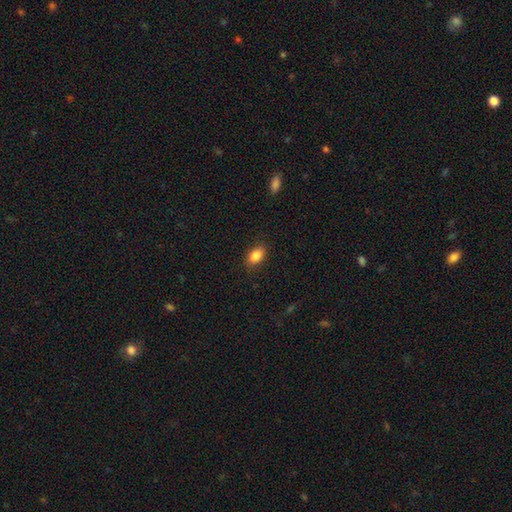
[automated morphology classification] type=smooth (87%); roundness=in between (86%); merging=none (86%).